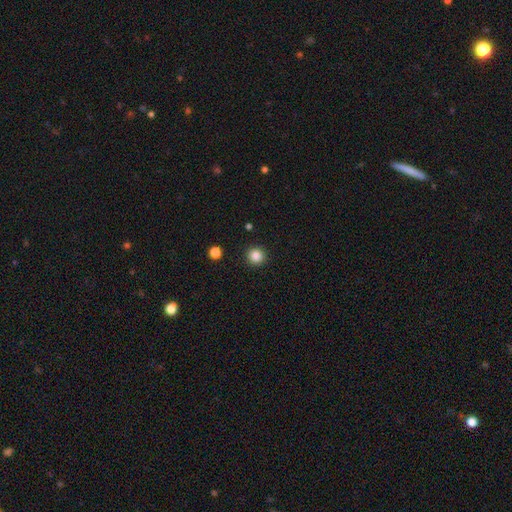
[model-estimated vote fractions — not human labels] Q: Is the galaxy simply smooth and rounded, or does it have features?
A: smooth — 85%.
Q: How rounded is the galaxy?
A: round — 95%.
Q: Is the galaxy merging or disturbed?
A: none — 92%.